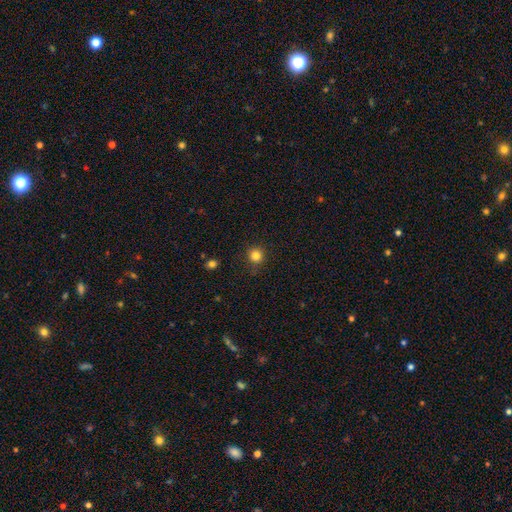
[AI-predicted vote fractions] Smooth or featured?
  - smooth: 83% *
  - star or artifact: 13%
  - featured or disk: 4%
How rounded?
  - round: 93% *
  - in between: 6%
  - cigar-shaped: 1%
Merging?
  - none: 87% *
  - minor disturbance: 9%
  - major disturbance: 2%
  - merger: 1%